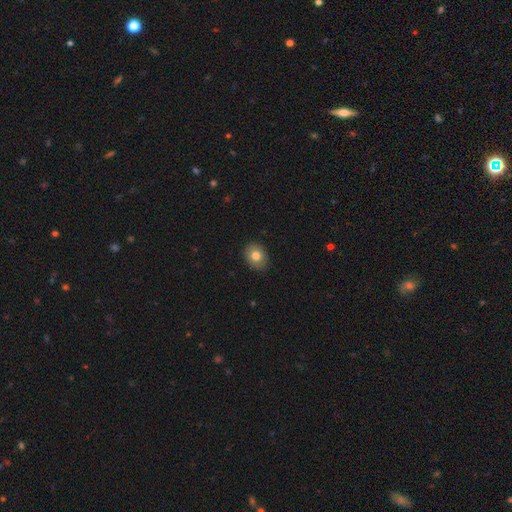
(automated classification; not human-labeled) The model was most divided on "how rounded": in between: 52%, round: 48%, cigar-shaped: 1%. More confident: merging — none (88%); smooth or featured — smooth (80%).